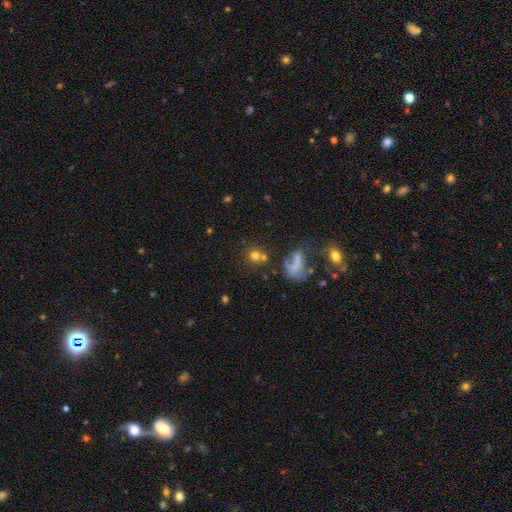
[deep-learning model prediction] Smooth or featured? Predicted: smooth (p=0.68). How rounded? Predicted: round (p=0.86). Merging? Predicted: none (p=0.60).